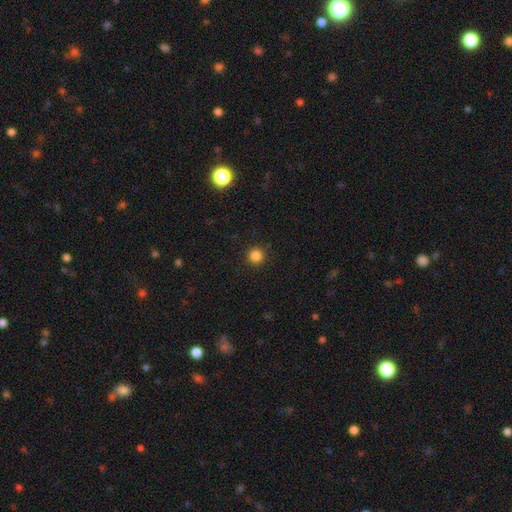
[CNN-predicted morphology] Overall: smooth (84%). How rounded: round (95%). Merging: none (92%).